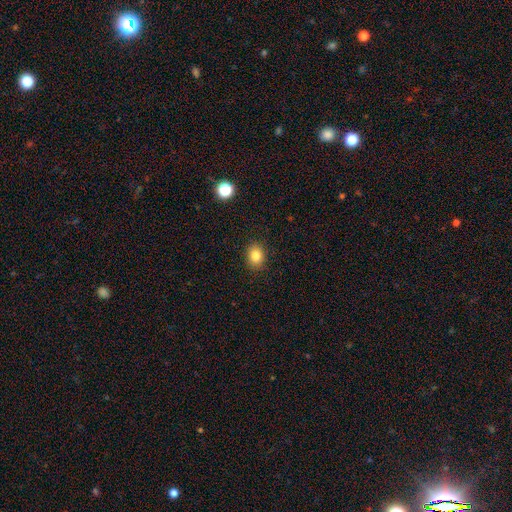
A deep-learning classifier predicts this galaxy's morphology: smooth 83%, star or artifact 11%, featured or disk 6%. Down the decision tree: how rounded — round (50%); merging — none (89%).